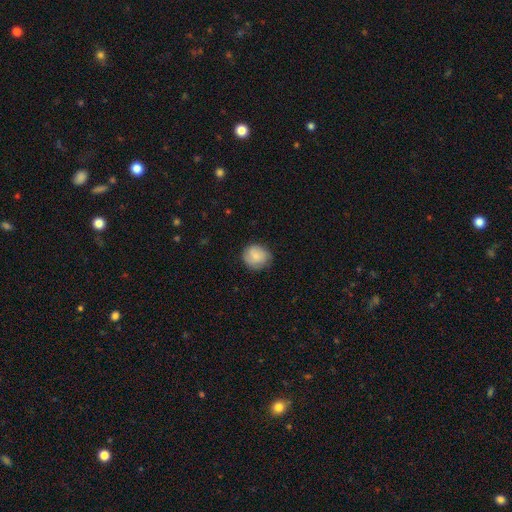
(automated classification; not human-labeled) Smooth or featured? smooth (82%)
How rounded? round (84%)
Merging? none (78%)